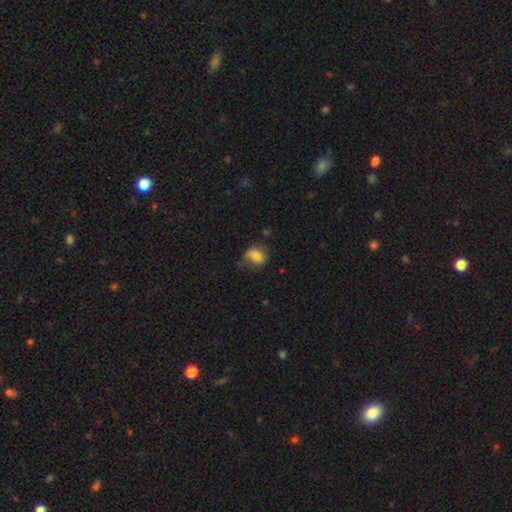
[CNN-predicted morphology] smooth 72%, featured or disk 19%, star or artifact 9%. Down the decision tree: how rounded — in between (61%); merging — none (42%).